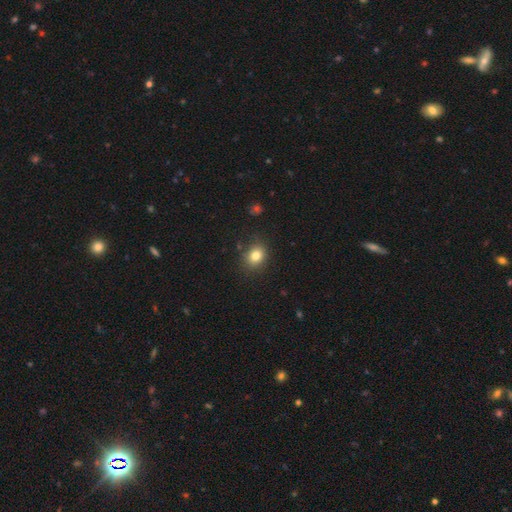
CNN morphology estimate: smooth_or_featured: smooth (p=0.81) [alt: star or artifact p=0.12]
how_rounded: round (p=0.54) [alt: in between p=0.45]
merging: none (p=0.82) [alt: minor disturbance p=0.13]